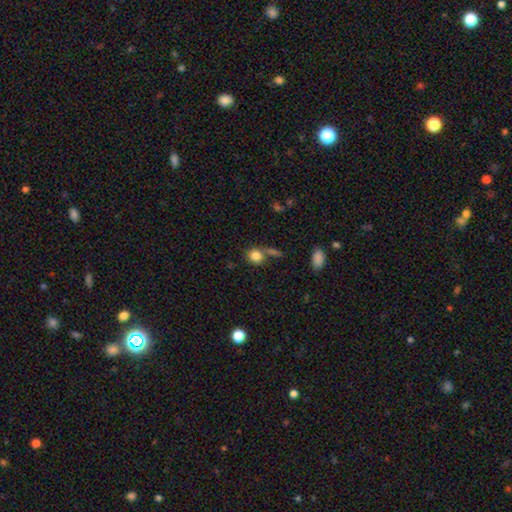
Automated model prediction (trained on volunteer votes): smooth 83%, star or artifact 10%, featured or disk 7%. Down the decision tree: how rounded — round (84%); merging — none (62%).